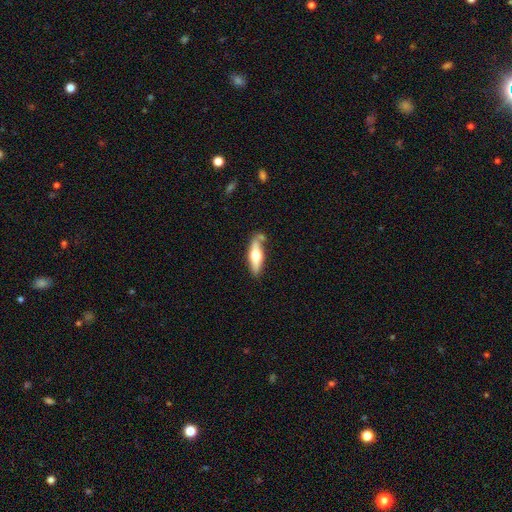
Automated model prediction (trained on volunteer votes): smooth-or-featured: smooth: 51% | featured or disk: 44% | star or artifact: 5%
  how-rounded: cigar-shaped: 55% | in between: 42% | round: 2%
  merging: none: 69% | minor disturbance: 18% | merger: 9% | major disturbance: 5%